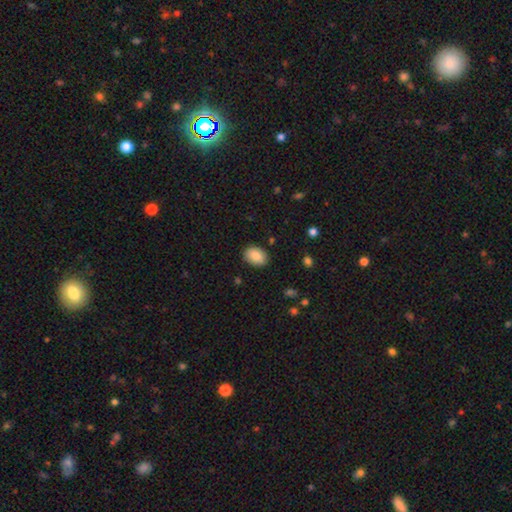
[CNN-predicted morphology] smooth_or_featured: smooth (p=0.86) [alt: star or artifact p=0.07]
how_rounded: in between (p=0.80) [alt: round p=0.19]
merging: none (p=0.87) [alt: minor disturbance p=0.10]